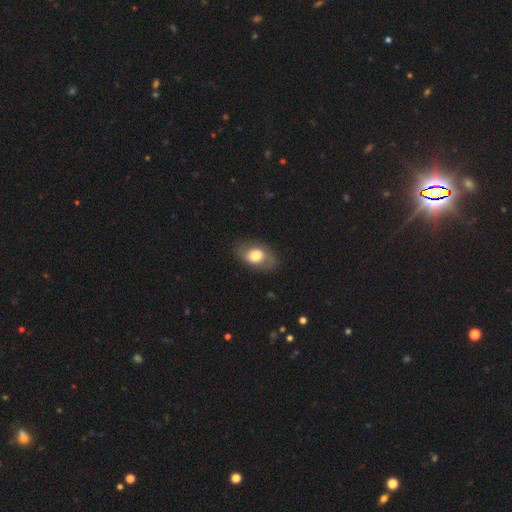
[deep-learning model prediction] The model was most divided on "smooth or featured": smooth: 63%, featured or disk: 30%, star or artifact: 7%. More confident: how rounded — in between (82%); merging — none (78%).